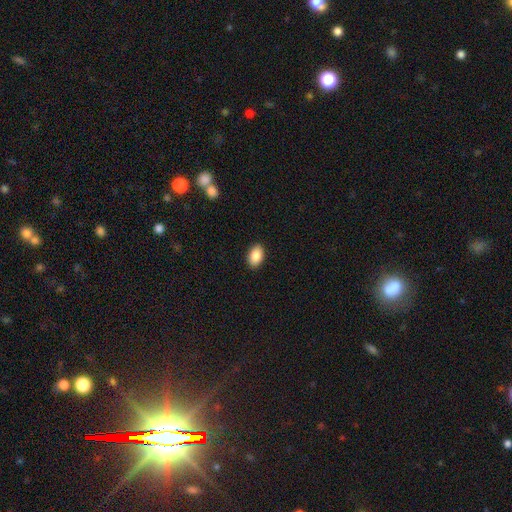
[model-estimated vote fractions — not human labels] A smooth galaxy with no disk features (88%) that is in between round and cigar-shaped (89%).

Vote fractions:
- Smooth or featured? smooth: 88% / star or artifact: 7% / featured or disk: 5%
- How rounded? in between: 89% / round: 10% / cigar-shaped: 1%
- Merging? none: 90% / minor disturbance: 7% / major disturbance: 2% / merger: 1%